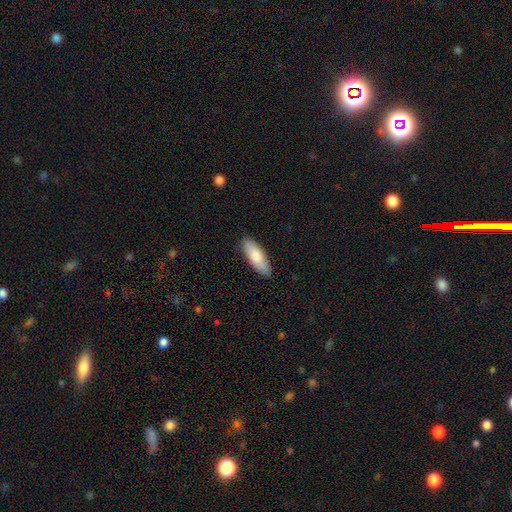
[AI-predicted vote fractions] smooth 79%, featured or disk 16%, star or artifact 5%. Down the decision tree: how rounded — in between (62%); merging — none (88%).